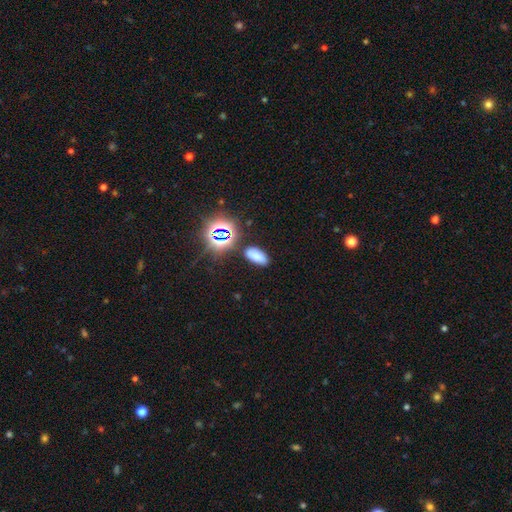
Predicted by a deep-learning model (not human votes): This is likely a smooth galaxy (68%). How rounded: clearly in between (88%). Merging: clearly none (81%).